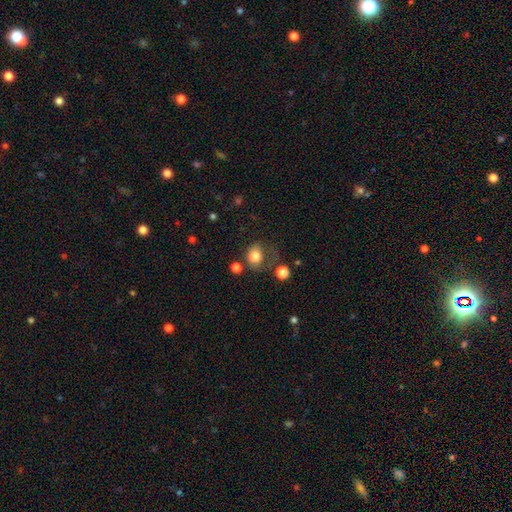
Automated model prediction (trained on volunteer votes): smooth-or-featured: smooth: 80% | star or artifact: 11% | featured or disk: 9%
  how-rounded: round: 55% | in between: 44% | cigar-shaped: 1%
  merging: none: 41% | minor disturbance: 25% | major disturbance: 25% | merger: 9%